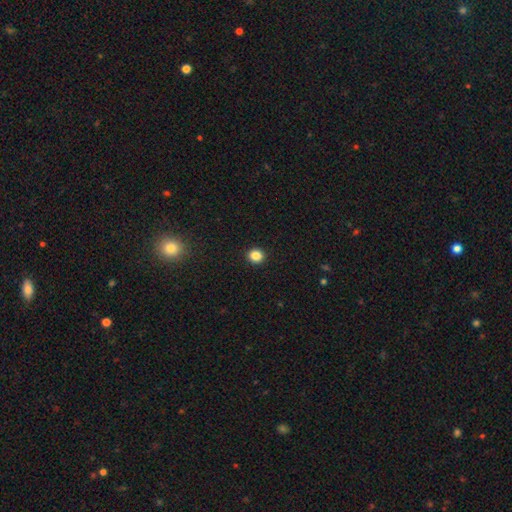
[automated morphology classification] Q: Smooth or featured?
A: smooth (85%); runner-up: star or artifact (12%)
Q: How rounded?
A: round (88%); runner-up: in between (11%)
Q: Merging?
A: none (93%); runner-up: minor disturbance (4%)